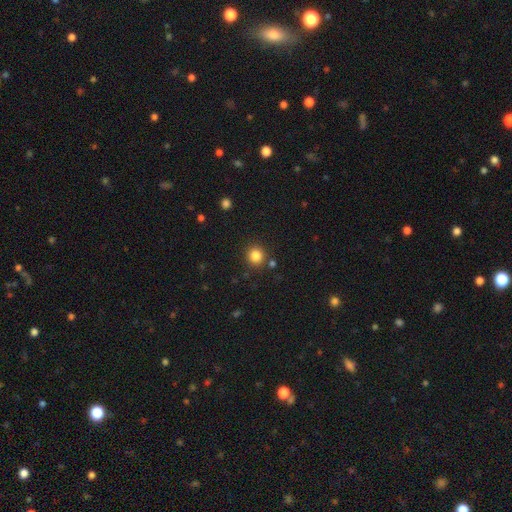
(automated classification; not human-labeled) The model was most divided on "smooth or featured": smooth: 83%, star or artifact: 12%, featured or disk: 4%. More confident: how rounded — round (91%); merging — none (87%).